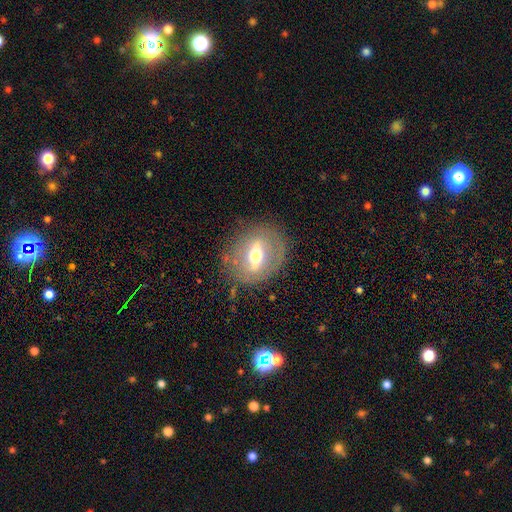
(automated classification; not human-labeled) Overall: featured or disk (64%; smooth 29%). Edge-on disk: no (74%). Merging: none (79%).